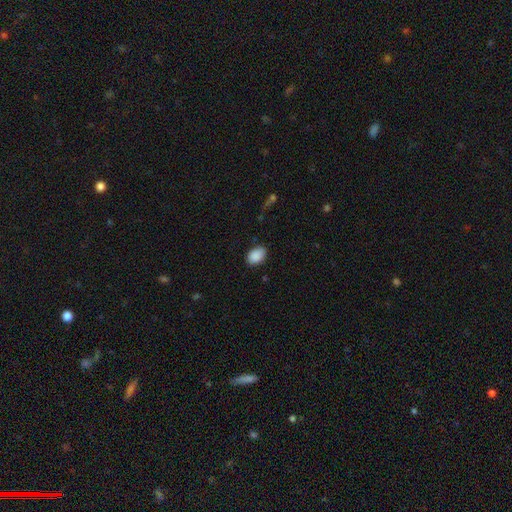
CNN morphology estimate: This appears to be a smooth galaxy with no disk features (90%) that is in between round and cigar-shaped (85%). Merging: none (84%).